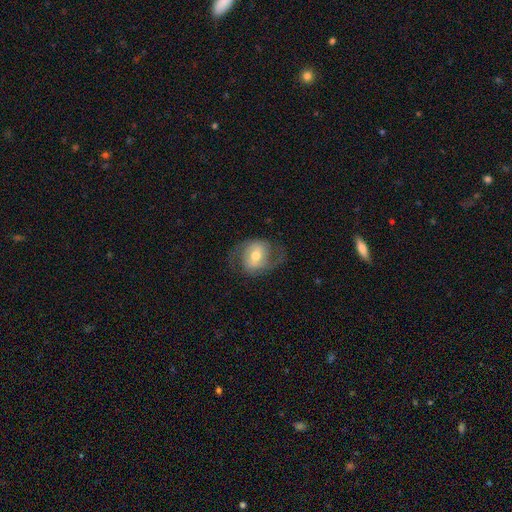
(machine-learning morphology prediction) This appears to be a featured or disk galaxy (71%) with a weak bar (44%), 2 (88%) medium (49%) spiral arms (88%) and a moderate central bulge (68%). Merging: none (71%).